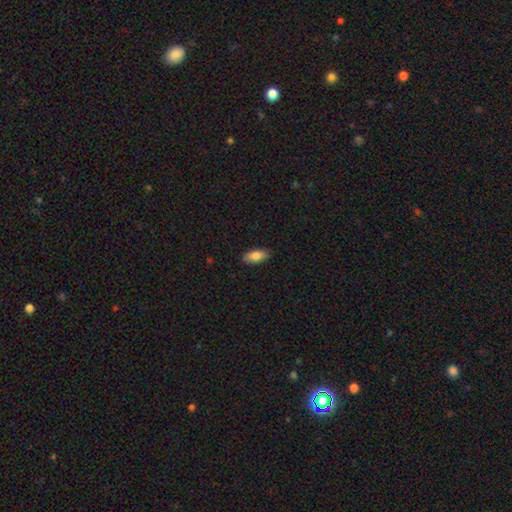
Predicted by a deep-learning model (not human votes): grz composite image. It shows a smooth galaxy with no disk features (83%) that is in between round and cigar-shaped (83%). Merging: none (88%).